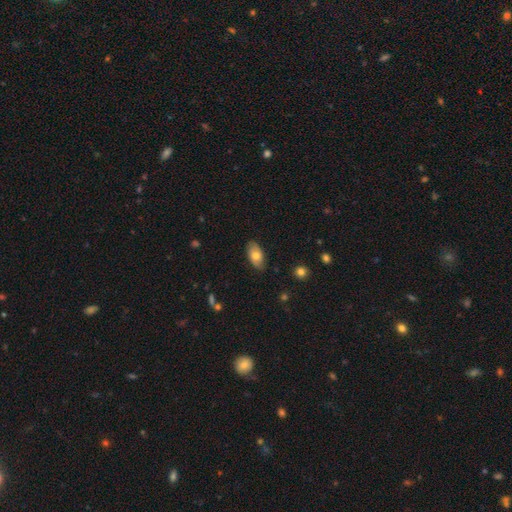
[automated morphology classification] type=smooth (71%); roundness=in between (93%); merging=none (82%).